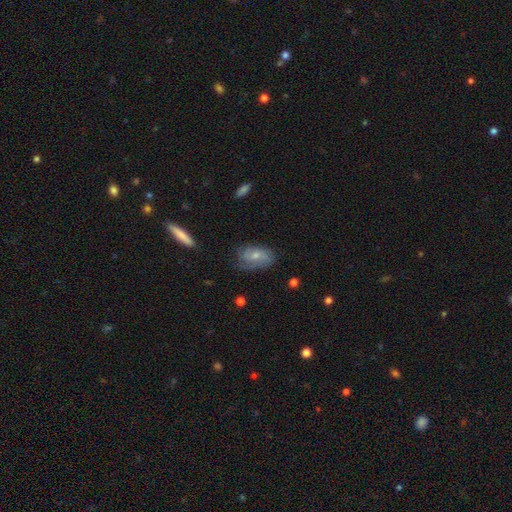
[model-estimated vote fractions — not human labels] A featured or disk galaxy (60%) with no bar (63%), spiral arms (85%) and a small central bulge (51%).

Vote fractions:
- Smooth or featured? featured or disk: 60% / smooth: 33% / star or artifact: 7%
- Edge-on disk? no: 95% / yes: 5%
- Bar? no: 63% / weak: 31% / strong: 5%
- Spiral arms? yes: 85% / no: 15%
- Bulge size? small: 51% / moderate: 43% / none: 3% / large: 2% / dominant: 1%
- Merging? none: 63% / minor disturbance: 25% / major disturbance: 11% / merger: 2%